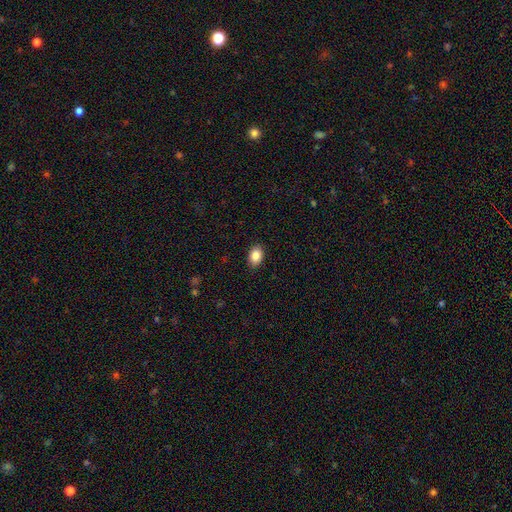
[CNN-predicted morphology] A smooth galaxy with no disk features (86%) that is in between round and cigar-shaped (83%).

Vote fractions:
- Smooth or featured? smooth: 86% / star or artifact: 8% / featured or disk: 6%
- How rounded? in between: 83% / round: 16% / cigar-shaped: 1%
- Merging? none: 89% / minor disturbance: 8% / major disturbance: 2% / merger: 1%